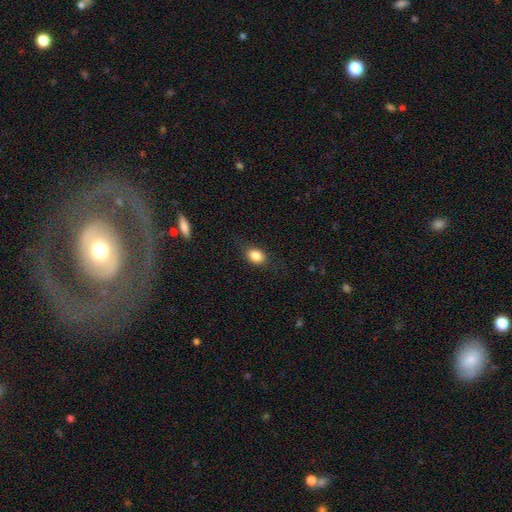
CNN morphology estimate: type=smooth (85%); roundness=in between (70%); merging=none (79%).